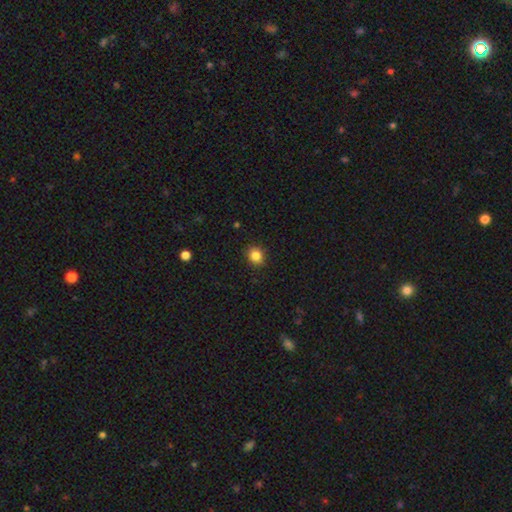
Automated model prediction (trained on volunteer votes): This appears to be a smooth galaxy with no disk features (85%) that is round (76%). Merging: none (90%).